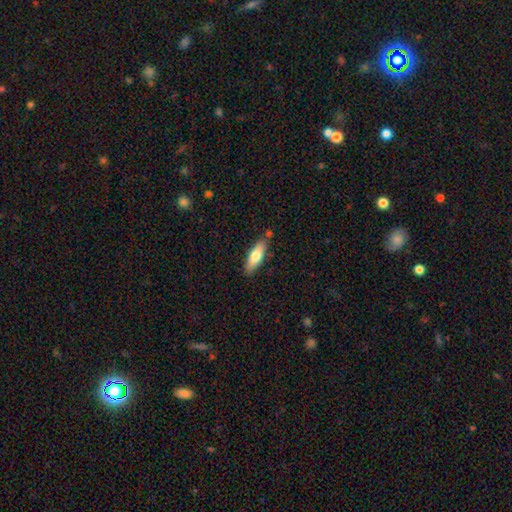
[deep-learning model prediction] This appears to be a smooth galaxy with no disk features (71%) that is in between round and cigar-shaped (52%). Merging: none (78%).